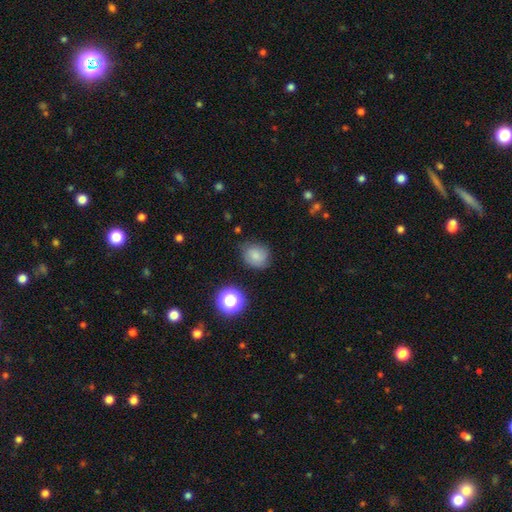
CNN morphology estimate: Smooth or featured: smooth — 78% (star or artifact — 12%)
How rounded: round — 74% (in between — 25%)
Merging: none — 73% (minor disturbance — 21%)